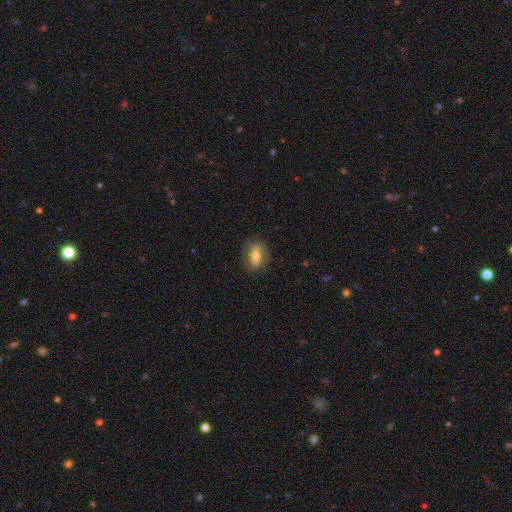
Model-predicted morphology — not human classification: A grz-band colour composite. It shows a smooth galaxy with no disk features (52%) that is in between round and cigar-shaped (82%). Merging: none (75%).